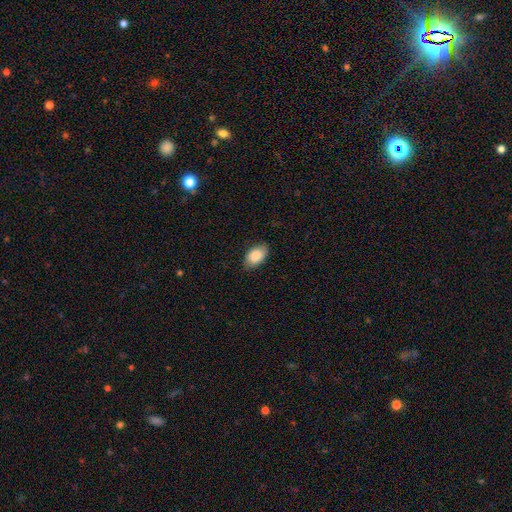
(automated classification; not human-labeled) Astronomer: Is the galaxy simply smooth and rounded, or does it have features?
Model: smooth — 87%.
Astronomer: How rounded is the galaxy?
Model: in between — 92%.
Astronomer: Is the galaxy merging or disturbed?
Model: none — 84%.